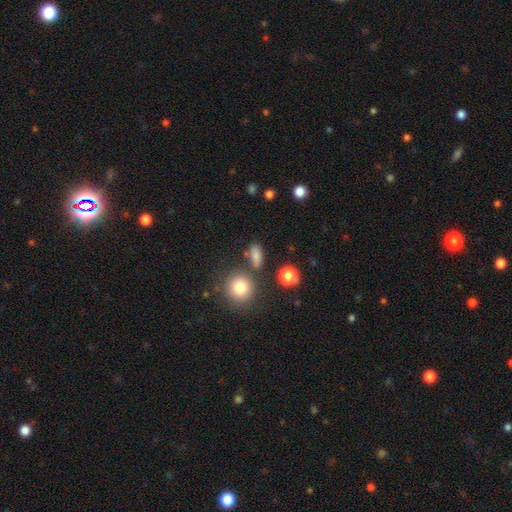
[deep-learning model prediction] This appears to be a smooth galaxy with no disk features (79%) that is in between round and cigar-shaped (69%). Merging: none (72%).